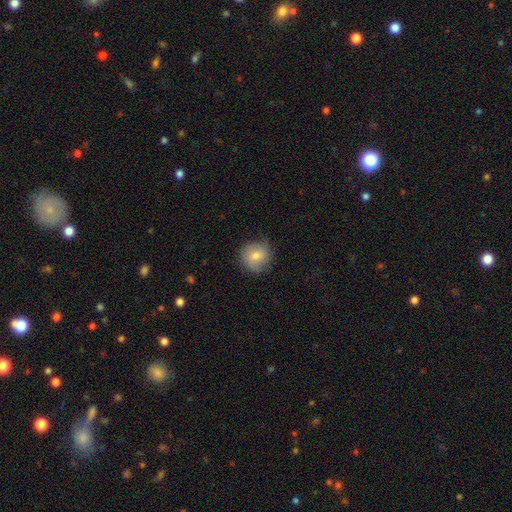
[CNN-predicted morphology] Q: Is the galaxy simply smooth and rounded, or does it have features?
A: smooth — 71%.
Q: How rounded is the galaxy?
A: round — 89%.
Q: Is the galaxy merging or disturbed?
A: none — 79%.